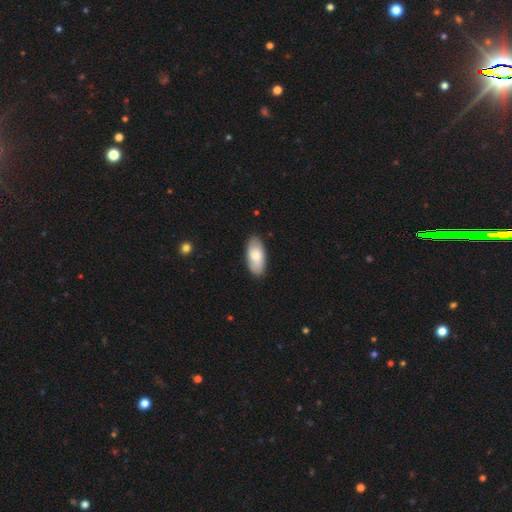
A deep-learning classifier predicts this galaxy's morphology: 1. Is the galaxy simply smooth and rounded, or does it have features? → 75% smooth, 20% featured or disk, 5% star or artifact.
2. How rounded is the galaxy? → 91% in between, 7% cigar-shaped, 2% round.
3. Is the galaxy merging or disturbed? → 86% none, 11% minor disturbance, 2% major disturbance, 1% merger.